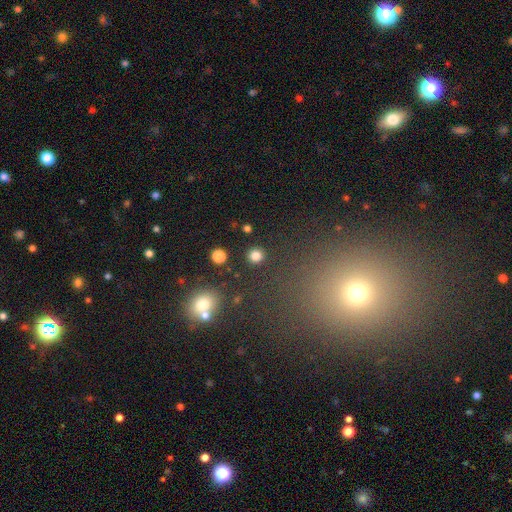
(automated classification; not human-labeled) Smooth or featured?
  - smooth: 82% *
  - star or artifact: 13%
  - featured or disk: 5%
How rounded?
  - round: 93% *
  - in between: 6%
  - cigar-shaped: 1%
Merging?
  - none: 91% *
  - minor disturbance: 5%
  - merger: 2%
  - major disturbance: 2%